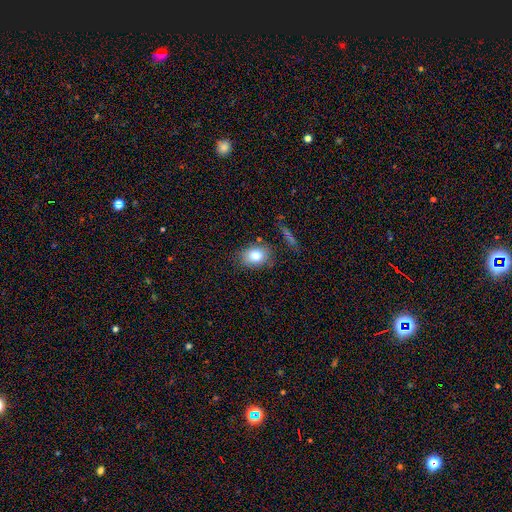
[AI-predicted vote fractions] Morphology: type=smooth (79%); roundness=in between (65%); merging=none (74%).